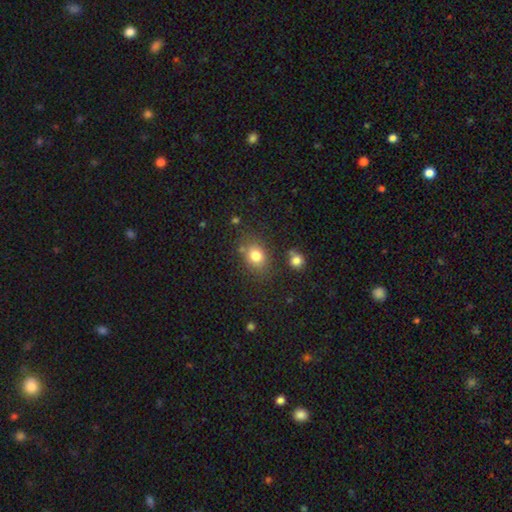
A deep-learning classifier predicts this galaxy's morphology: A smooth galaxy with no disk features (80%) that is in between round and cigar-shaped (54%). Merging: none (73%).